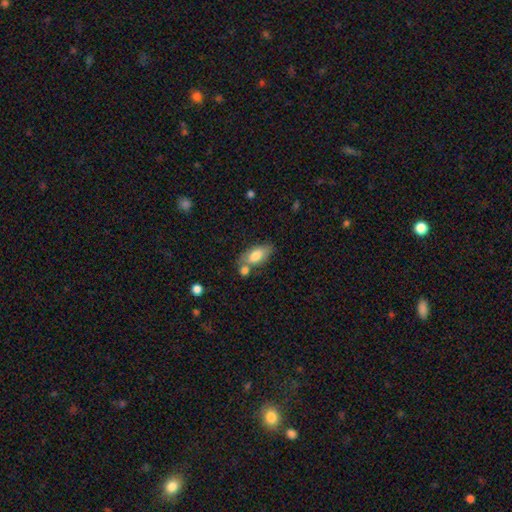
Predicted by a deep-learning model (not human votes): Morphology: type=smooth (75%); roundness=in between (87%); merging=none (51%).